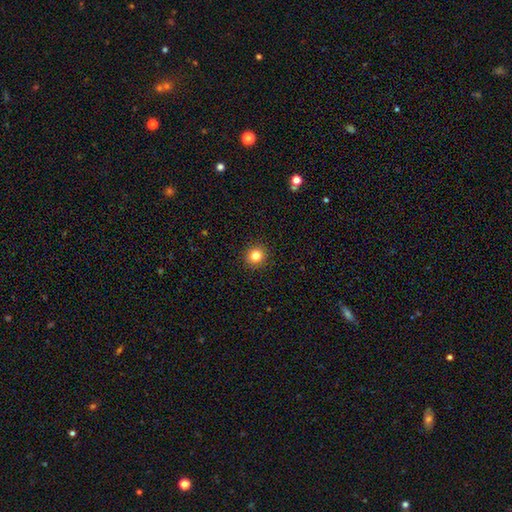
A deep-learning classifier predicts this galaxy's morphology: smooth-or-featured: smooth: 82% | star or artifact: 12% | featured or disk: 6%
  how-rounded: round: 91% | in between: 8% | cigar-shaped: 1%
  merging: none: 92% | minor disturbance: 5% | major disturbance: 2% | merger: 1%